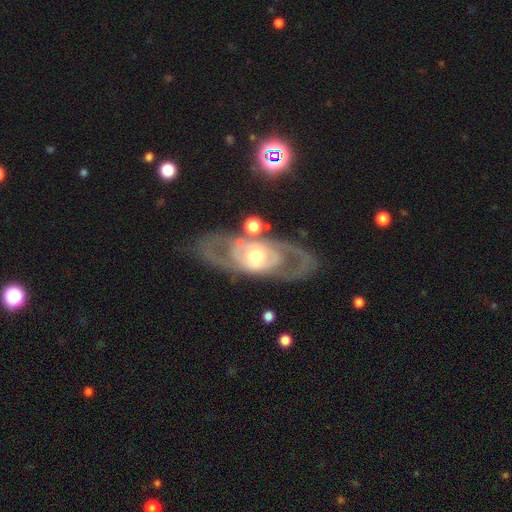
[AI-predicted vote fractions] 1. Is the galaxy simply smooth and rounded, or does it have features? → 78% featured or disk, 17% smooth, 5% star or artifact.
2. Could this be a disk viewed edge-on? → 87% no, 13% yes.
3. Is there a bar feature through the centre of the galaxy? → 73% no, 19% weak, 8% strong.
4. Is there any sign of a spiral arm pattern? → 53% yes, 47% no.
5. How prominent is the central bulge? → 65% moderate, 18% large, 14% small, 2% dominant, 1% none.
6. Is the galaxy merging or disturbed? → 71% none, 14% minor disturbance, 10% major disturbance, 5% merger.